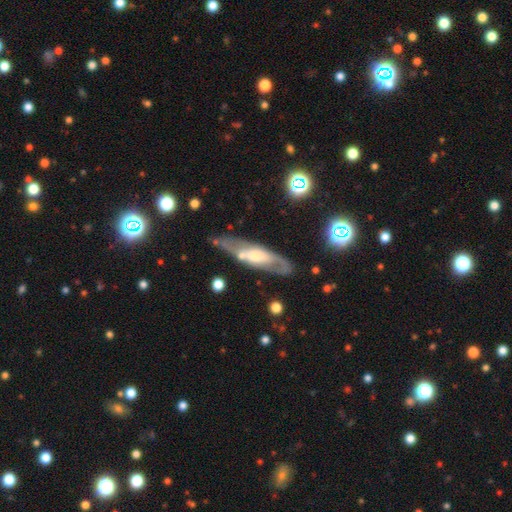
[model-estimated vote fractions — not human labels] The model was most divided on "edge-on disk": no: 67%, yes: 33%. More confident: merging — none (66%); smooth or featured — featured or disk (65%).